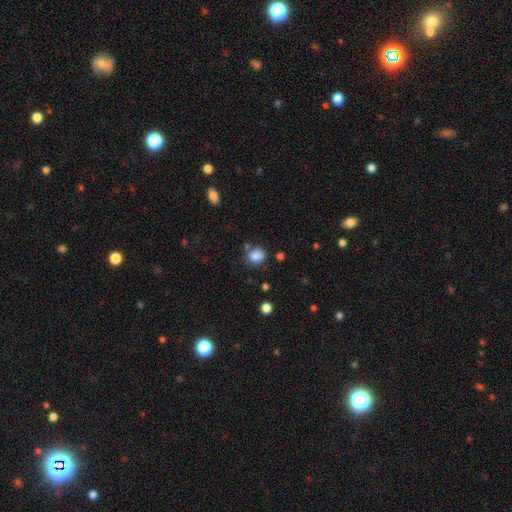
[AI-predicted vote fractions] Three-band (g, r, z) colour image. It shows a smooth galaxy with no disk features (84%) that is round (62%). Merging: none (67%).